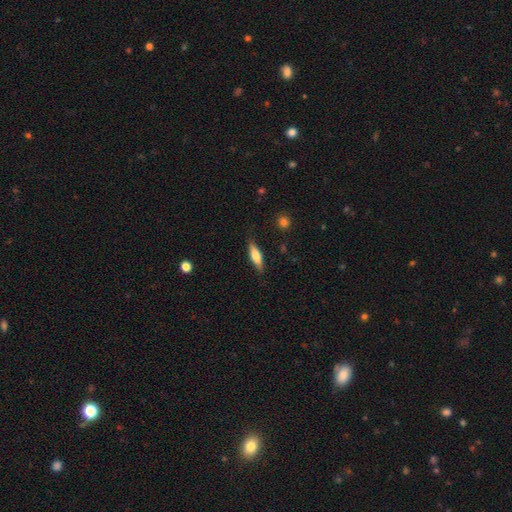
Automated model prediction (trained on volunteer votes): smooth_or_featured: smooth (p=0.60) [alt: featured or disk p=0.33]
how_rounded: cigar-shaped (p=0.59) [alt: in between p=0.39]
merging: none (p=0.82) [alt: minor disturbance p=0.13]